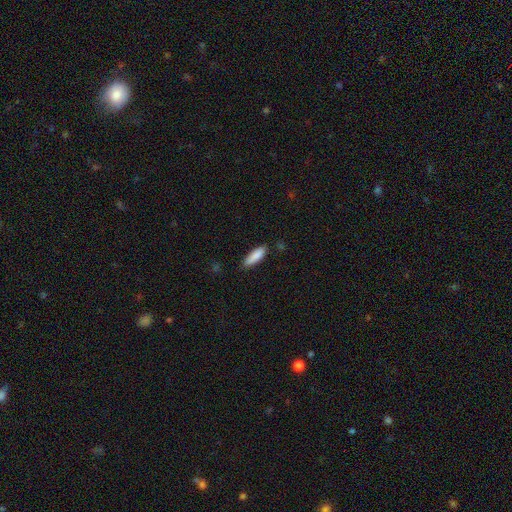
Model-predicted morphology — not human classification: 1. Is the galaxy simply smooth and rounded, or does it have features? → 88% smooth, 6% featured or disk, 6% star or artifact.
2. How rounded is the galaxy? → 53% cigar-shaped, 45% in between, 1% round.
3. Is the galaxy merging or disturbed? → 81% none, 15% minor disturbance, 2% major disturbance, 2% merger.